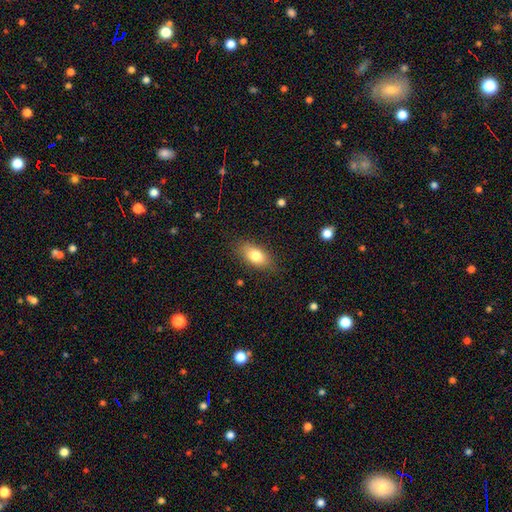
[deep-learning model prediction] Morphology: type=smooth (80%); roundness=in between (87%); merging=none (82%).